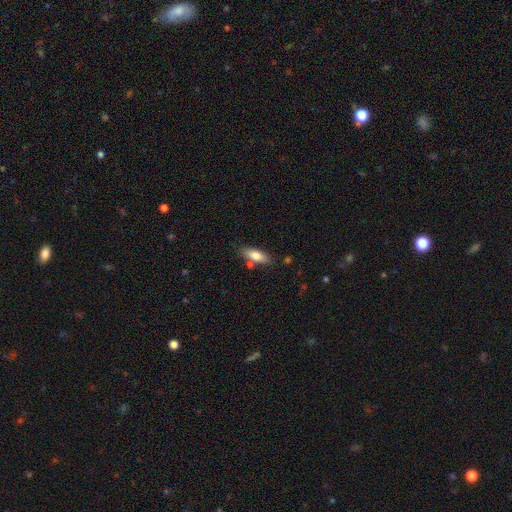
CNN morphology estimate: type=smooth (77%); roundness=in between (66%); merging=none (75%).